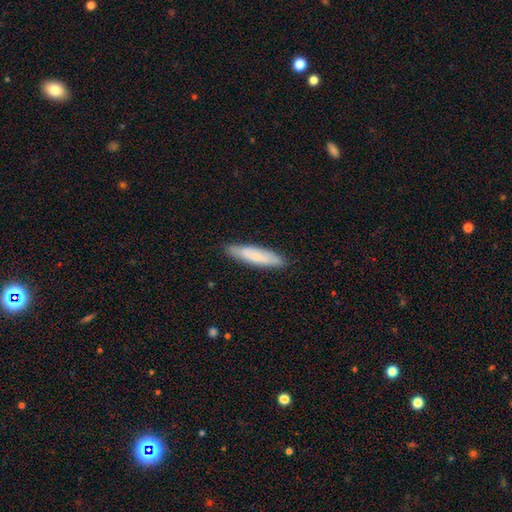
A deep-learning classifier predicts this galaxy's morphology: A smooth galaxy with no disk features (64%) that is cigar-shaped (78%). Merging: none (86%).